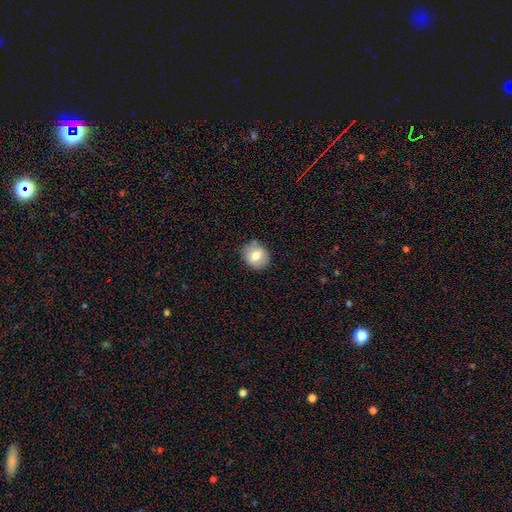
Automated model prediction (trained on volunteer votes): This is likely a smooth galaxy (70%). How rounded: likely round (72%). Merging: clearly none (81%).